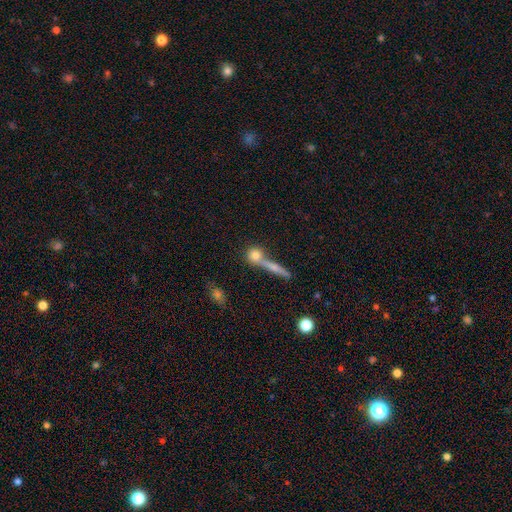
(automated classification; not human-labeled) smooth_or_featured: smooth (p=0.73) [alt: featured or disk p=0.17]
how_rounded: round (p=0.72) [alt: in between p=0.14]
merging: none (p=0.53) [alt: merger p=0.34]